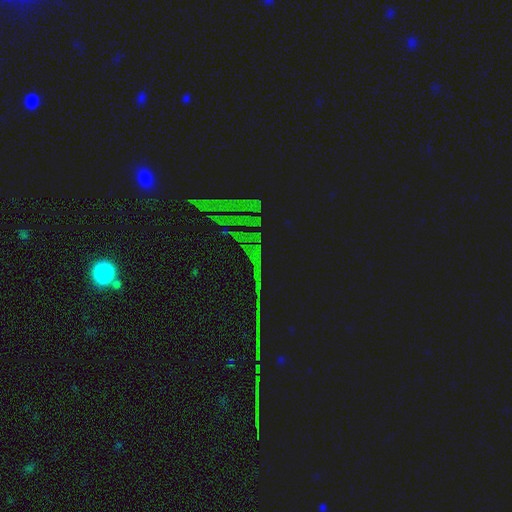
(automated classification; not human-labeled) Smooth or featured: star or artifact — 85% (smooth — 8%)